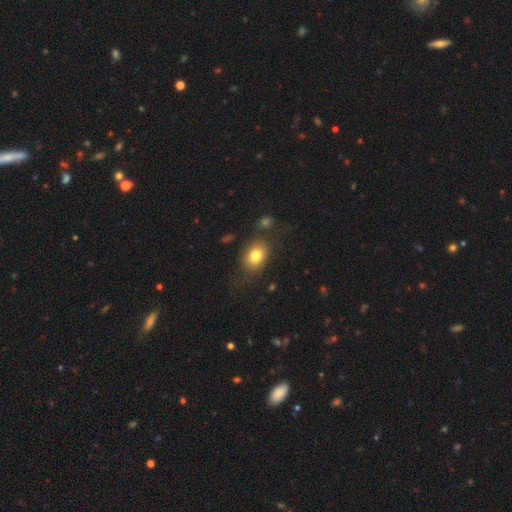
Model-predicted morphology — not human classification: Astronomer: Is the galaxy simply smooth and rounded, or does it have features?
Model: smooth — 79%.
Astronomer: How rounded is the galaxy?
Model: in between — 69%.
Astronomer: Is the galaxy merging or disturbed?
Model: none — 71%.